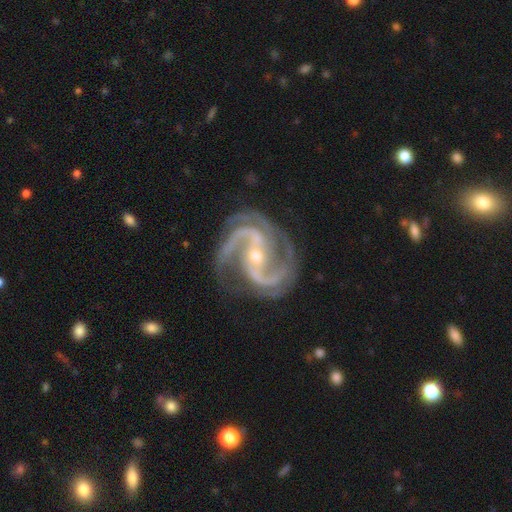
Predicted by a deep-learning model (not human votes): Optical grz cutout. It shows a featured or disk galaxy (94%) with a strong bar (40%), 2 (62%) medium (61%) spiral arms (99%) and a small central bulge (65%). Merging: none (74%).